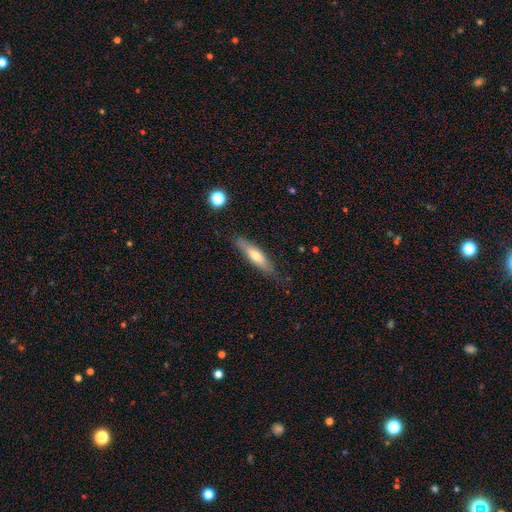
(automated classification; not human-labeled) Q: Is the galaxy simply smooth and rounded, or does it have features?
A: smooth — 58%.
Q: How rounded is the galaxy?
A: cigar-shaped — 74%.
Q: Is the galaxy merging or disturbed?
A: none — 80%.